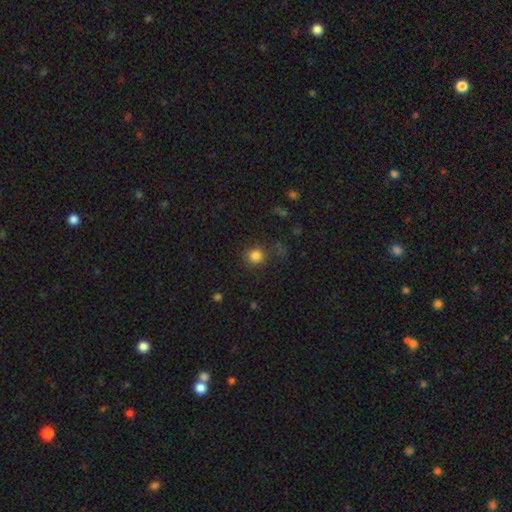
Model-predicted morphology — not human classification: type=smooth (82%); roundness=round (91%); merging=none (82%).